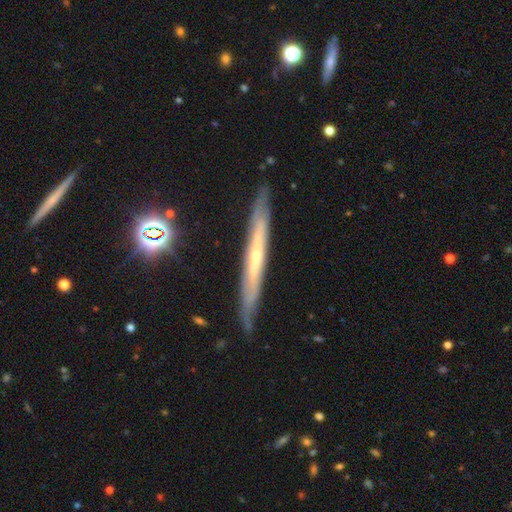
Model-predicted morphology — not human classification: Smooth or featured?
  - featured or disk: 71% *
  - smooth: 21%
  - star or artifact: 7%
Edge-on disk?
  - yes: 87% *
  - no: 13%
Edge-on bulge?
  - none: 49% *
  - rounded: 48%
  - boxy: 3%
Merging?
  - none: 84% *
  - minor disturbance: 12%
  - major disturbance: 2%
  - merger: 1%